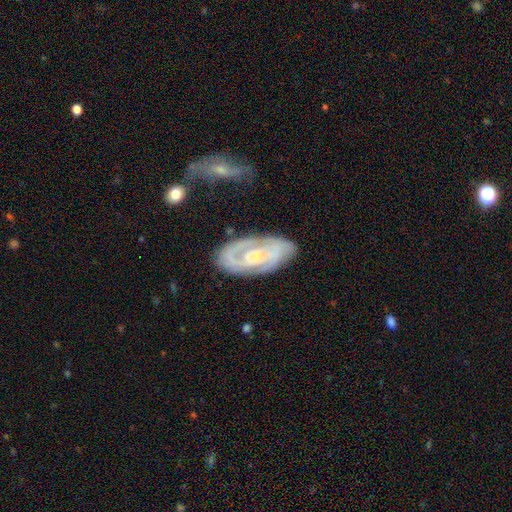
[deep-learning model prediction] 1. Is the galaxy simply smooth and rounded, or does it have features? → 74% featured or disk, 20% smooth, 6% star or artifact.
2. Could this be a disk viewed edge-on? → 93% no, 7% yes.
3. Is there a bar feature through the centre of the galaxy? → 65% no, 28% weak, 7% strong.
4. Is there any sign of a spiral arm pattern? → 84% yes, 16% no.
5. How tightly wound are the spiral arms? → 61% tight, 30% medium, 10% loose.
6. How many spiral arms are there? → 45% 2, 33% can't tell, 9% 3, 7% 1, 3% 4, 2% more than 4.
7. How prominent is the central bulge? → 64% small, 29% moderate, 4% none, 2% large, 1% dominant.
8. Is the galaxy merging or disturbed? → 71% none, 19% minor disturbance, 6% major disturbance, 4% merger.